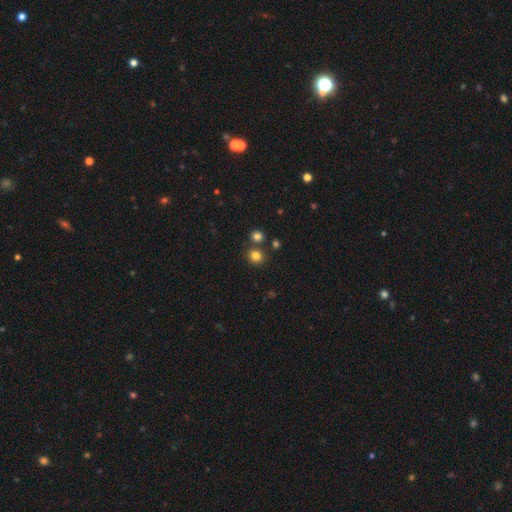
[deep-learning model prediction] A smooth galaxy with no disk features (81%) that is round (85%). Merging: none (77%).